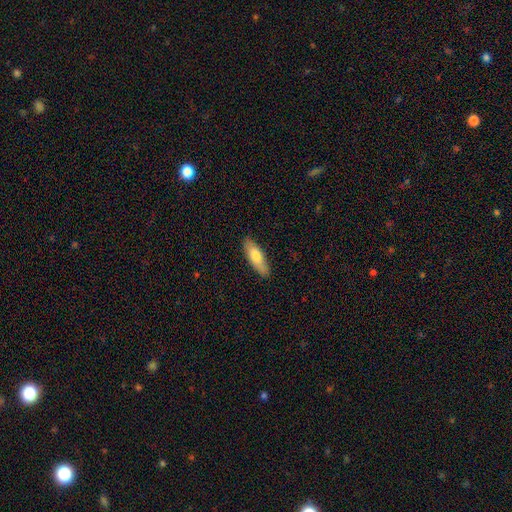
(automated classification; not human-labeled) Overall: smooth (73%). How rounded: cigar-shaped (49%, tied with in between). Merging: none (88%).